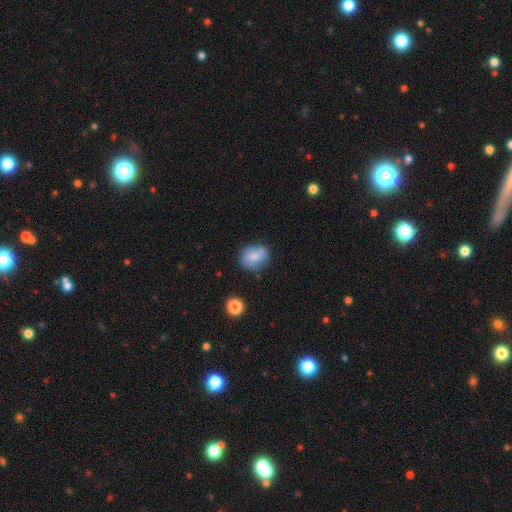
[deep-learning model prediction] smooth 71%, featured or disk 21%, star or artifact 9%. Down the decision tree: how rounded — in between (55%); merging — none (63%).